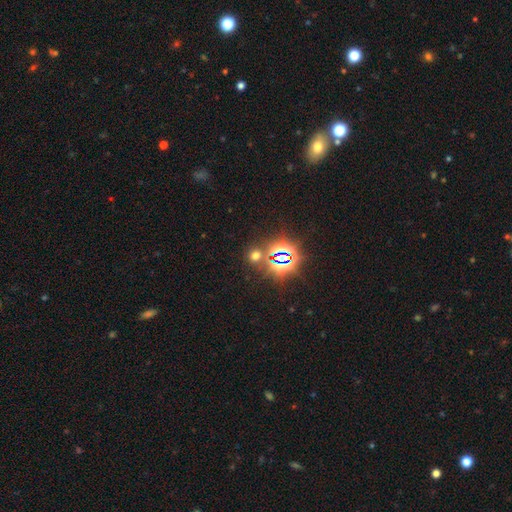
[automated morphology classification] Q: Smooth or featured?
A: star or artifact (48%); runner-up: smooth (45%)